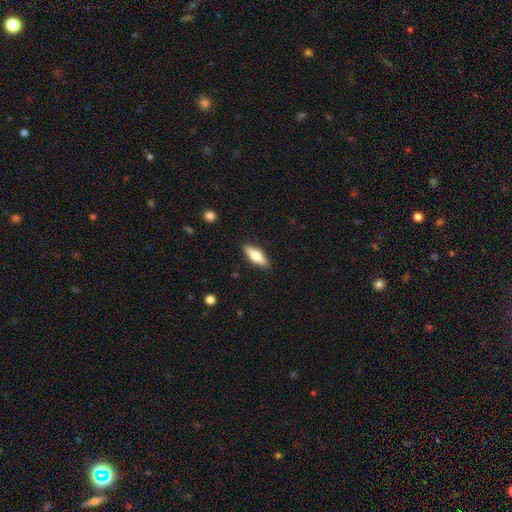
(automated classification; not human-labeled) The model was most divided on "how rounded": in between: 62%, cigar-shaped: 35%, round: 3%. More confident: merging — none (88%); smooth or featured — smooth (62%).